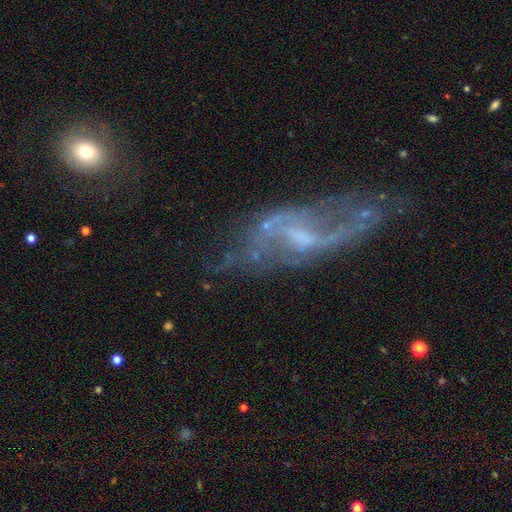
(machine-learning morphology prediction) A featured or disk galaxy (80%) with a weak bar (50%), 2 (77%) loose (64%) spiral arms (82%) and a small central bulge (35%).

Vote fractions:
- Smooth or featured? featured or disk: 80% / smooth: 10% / star or artifact: 10%
- Edge-on disk? no: 93% / yes: 7%
- Bar? weak: 50% / no: 27% / strong: 22%
- Spiral arms? yes: 82% / no: 18%
- Spiral winding? loose: 64% / medium: 27% / tight: 9%
- Spiral arm count? 2: 77% / can't tell: 11% / 1: 5% / 3: 3% / 4: 2% / more than 4: 2%
- Bulge size? small: 35% / none: 32% / moderate: 27% / large: 4% / dominant: 1%
- Merging? none: 50% / major disturbance: 23% / minor disturbance: 21% / merger: 6%